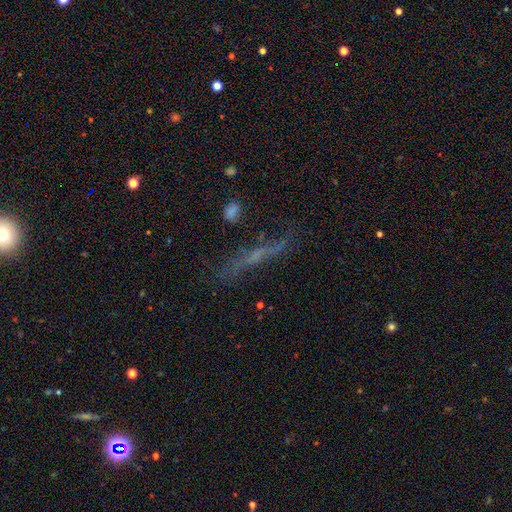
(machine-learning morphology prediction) Smooth or featured? featured or disk (47%)
Merging? none (68%)